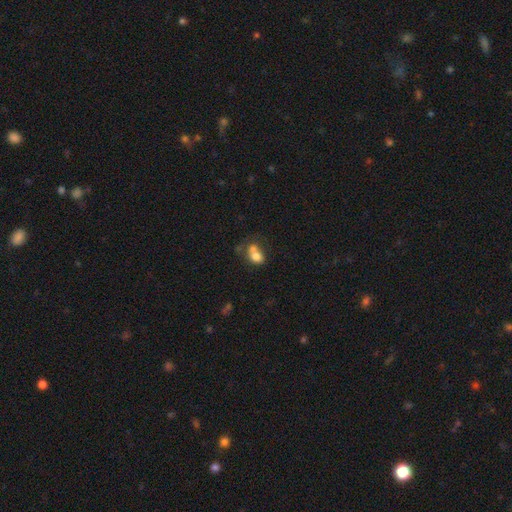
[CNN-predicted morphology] smooth-or-featured: smooth: 73% | featured or disk: 16% | star or artifact: 10%
  how-rounded: in between: 59% | round: 40% | cigar-shaped: 1%
  merging: merger: 53% | none: 28% | minor disturbance: 12% | major disturbance: 8%